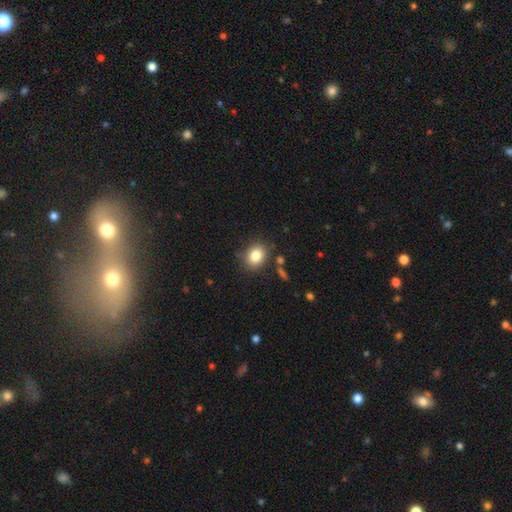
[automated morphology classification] This appears to be a smooth galaxy with no disk features (82%) that is round (53%). Merging: none (80%).